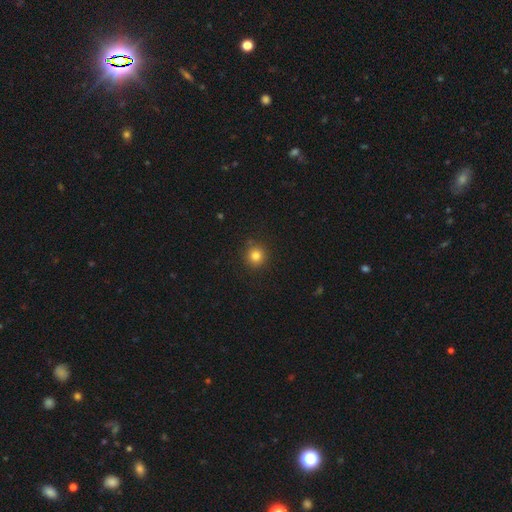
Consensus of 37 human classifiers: A smooth galaxy with no disk features (92%) that is round (97%). Merging: none (97%).